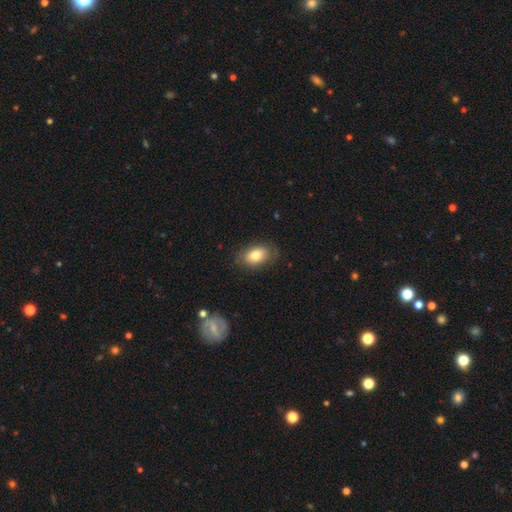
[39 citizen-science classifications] A smooth galaxy with no disk features (72%) that is in between round and cigar-shaped (82%). Merging: none (94%).